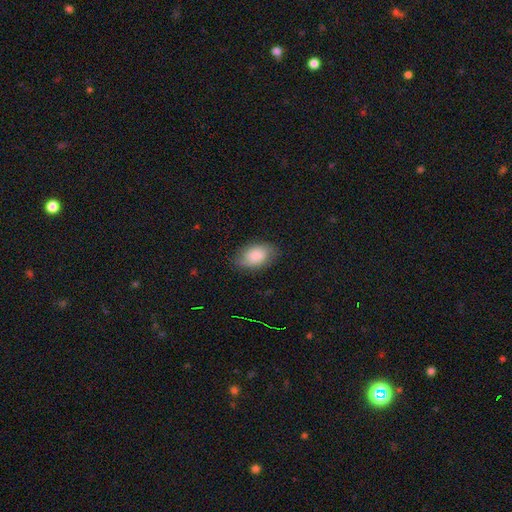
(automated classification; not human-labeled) This is clearly a smooth galaxy (80%). How rounded: clearly in between (90%). Merging: likely none (76%).